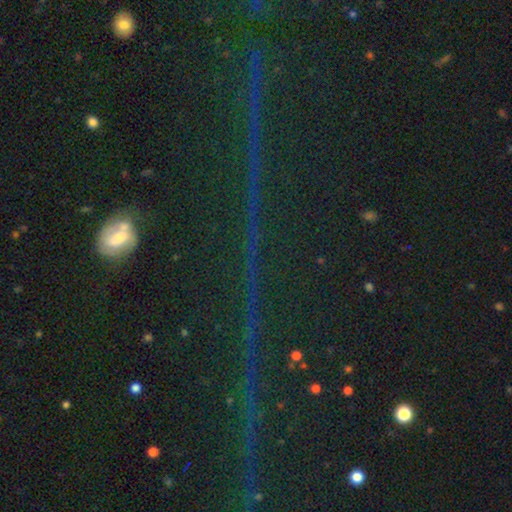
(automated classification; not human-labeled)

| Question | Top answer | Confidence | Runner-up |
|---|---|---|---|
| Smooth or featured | star or artifact | 78% | smooth (11%) |